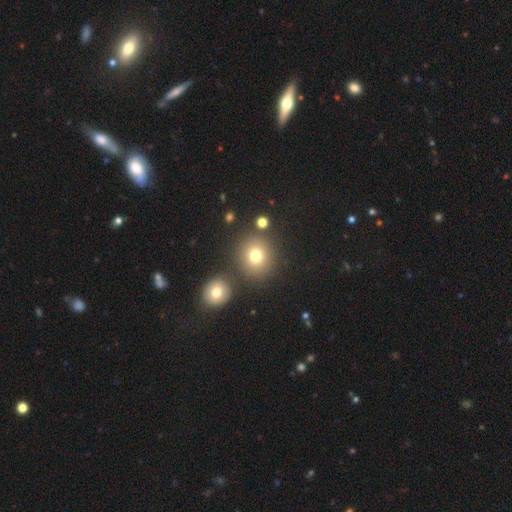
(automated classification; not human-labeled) Smooth or featured: smooth — 76% (star or artifact — 15%)
How rounded: round — 88% (in between — 11%)
Merging: none — 79% (merger — 10%)